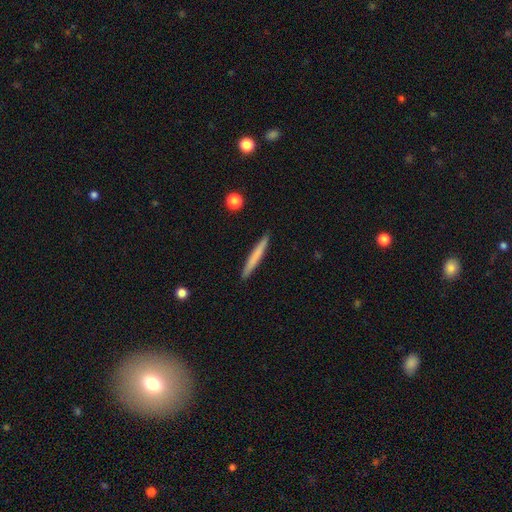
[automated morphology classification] Overall: smooth (69%). How rounded: cigar-shaped (96%). Merging: none (92%).